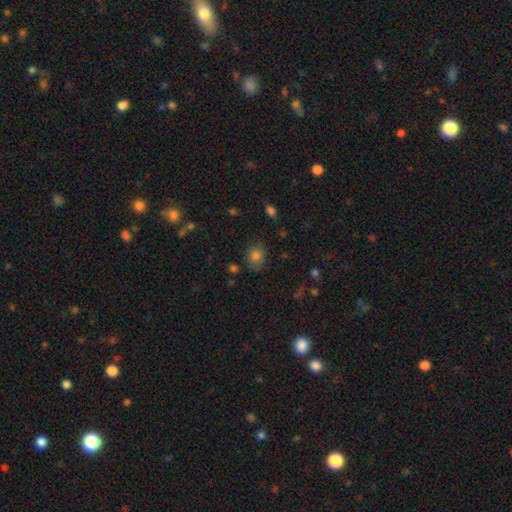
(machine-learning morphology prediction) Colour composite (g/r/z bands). It shows a smooth galaxy with no disk features (79%) that is round (59%). Merging: none (77%).